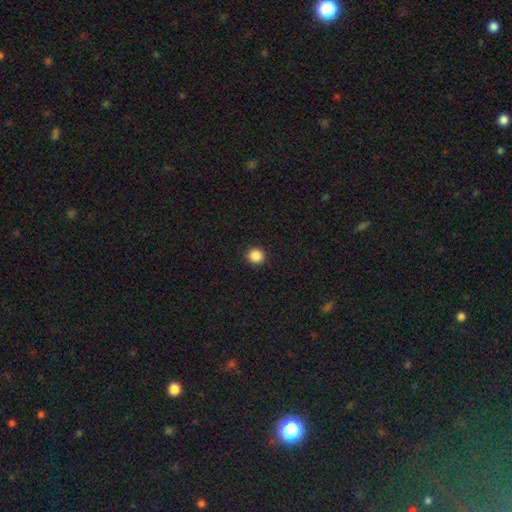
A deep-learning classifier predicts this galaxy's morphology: The model was most divided on "smooth or featured": smooth: 87%, star or artifact: 10%, featured or disk: 3%. More confident: merging — none (93%); how rounded — round (92%).